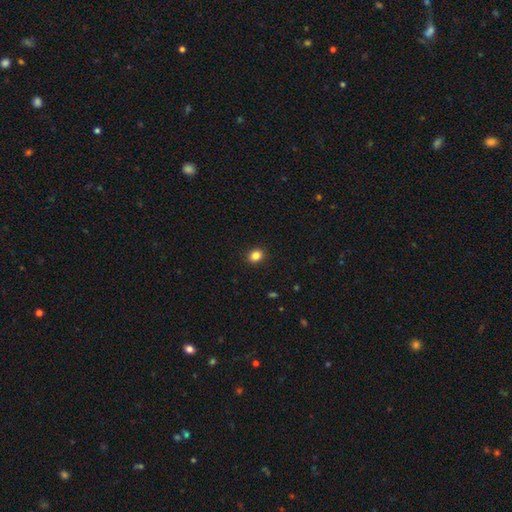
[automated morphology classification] smooth-or-featured: smooth: 85% | star or artifact: 11% | featured or disk: 4%
  how-rounded: round: 68% | in between: 31% | cigar-shaped: 1%
  merging: none: 91% | minor disturbance: 6% | major disturbance: 2% | merger: 1%